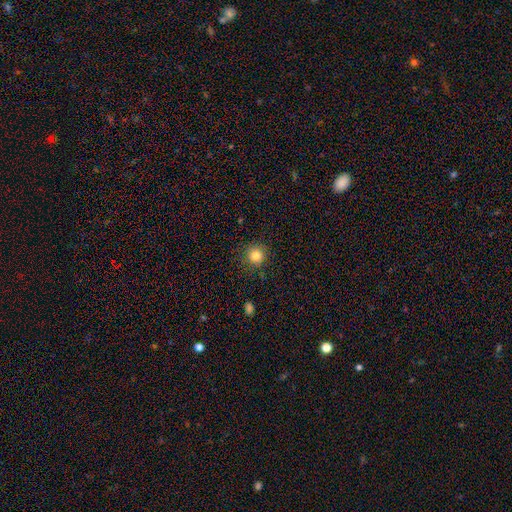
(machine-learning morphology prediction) A smooth galaxy with no disk features (84%) that is round (93%). Merging: none (87%).